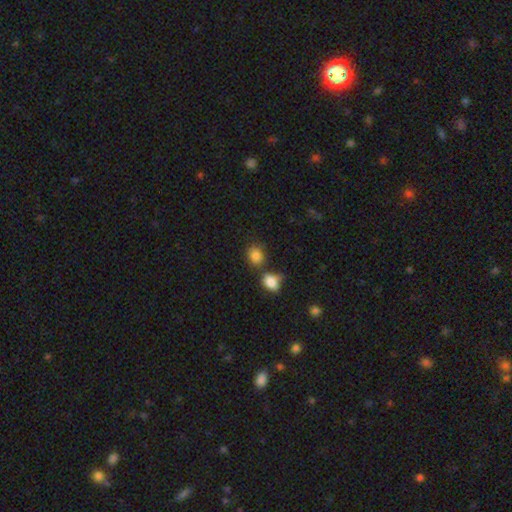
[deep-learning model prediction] This is clearly a smooth galaxy (85%). How rounded: possibly round (56%). Merging: possibly none (59%).